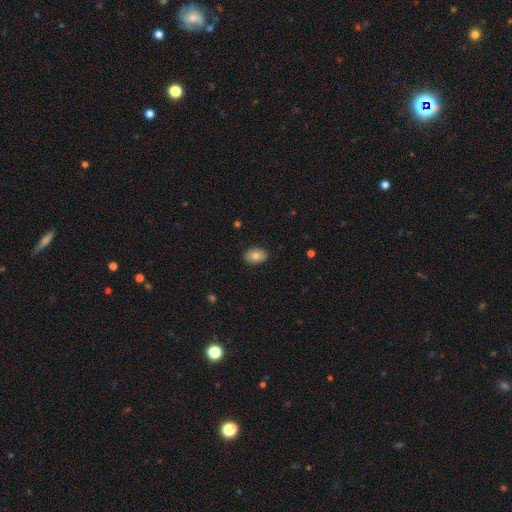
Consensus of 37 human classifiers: Volunteers were most divided on "how rounded": in between: 75%, round: 25%, cigar-shaped: 0%. More confident: merging — none (94%); smooth or featured — smooth (76%).